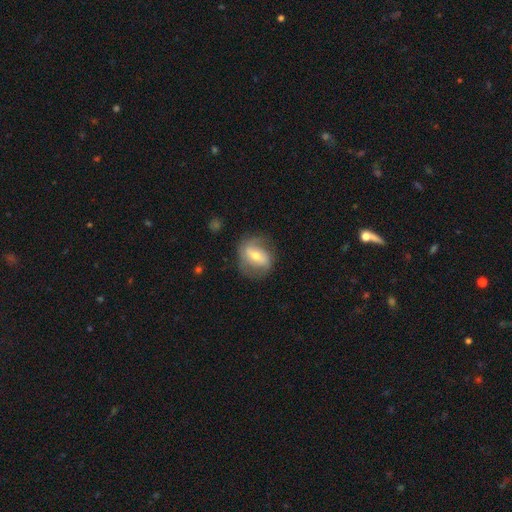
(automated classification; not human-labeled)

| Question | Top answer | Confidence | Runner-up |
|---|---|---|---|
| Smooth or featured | featured or disk | 65% | smooth (28%) |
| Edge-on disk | no | 94% | yes (6%) |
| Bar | strong | 40% | weak (37%) |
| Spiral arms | yes | 77% | no (23%) |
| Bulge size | moderate | 60% | small (33%) |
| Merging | none | 70% | minor disturbance (19%) |